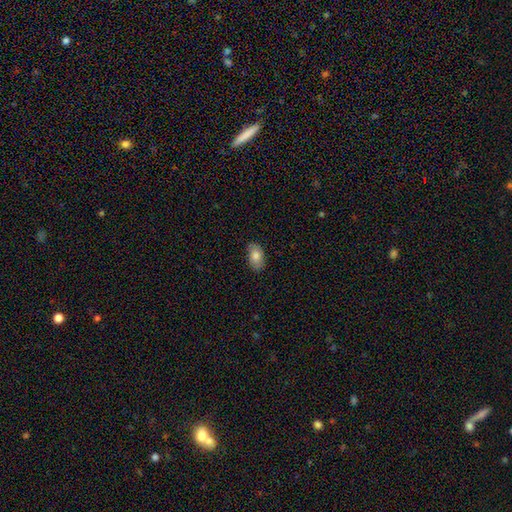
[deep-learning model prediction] Q: Smooth or featured?
A: smooth (82%); runner-up: featured or disk (11%)
Q: How rounded?
A: in between (92%); runner-up: round (6%)
Q: Merging?
A: none (80%); runner-up: minor disturbance (16%)